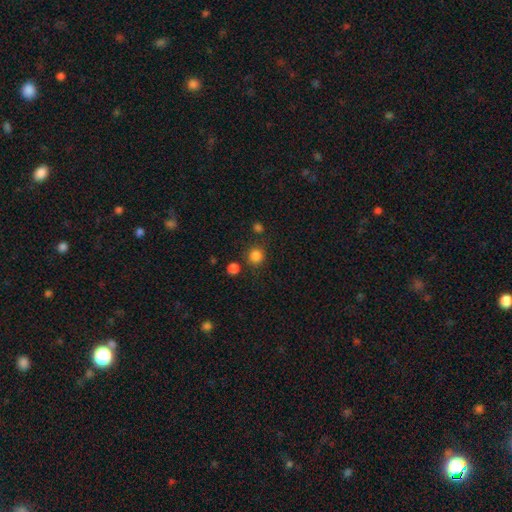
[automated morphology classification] Overall: smooth (83%). How rounded: round (92%). Merging: none (82%).